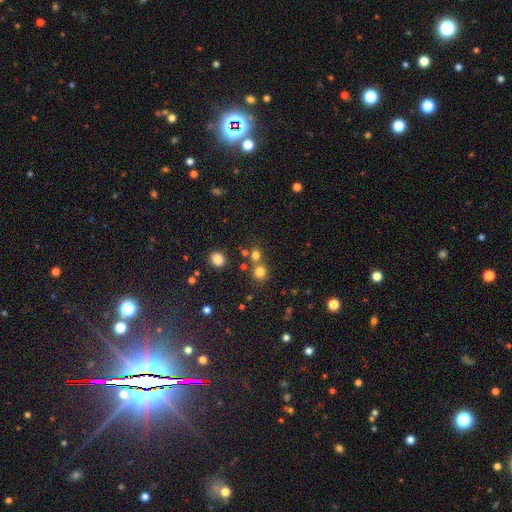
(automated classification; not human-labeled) Smooth or featured? smooth (74%)
How rounded? round (87%)
Merging? none (62%)